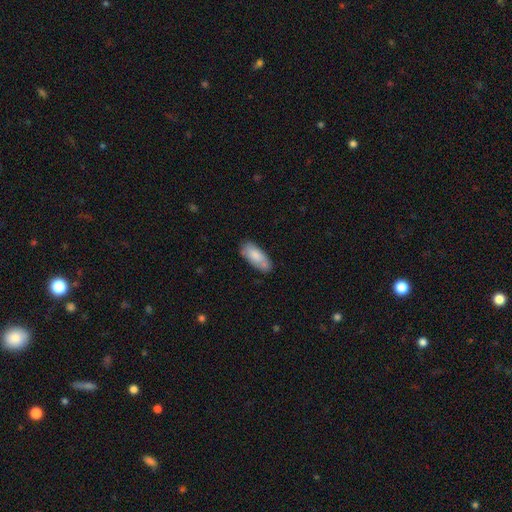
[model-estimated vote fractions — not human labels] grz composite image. It shows a smooth galaxy with no disk features (80%) that is in between round and cigar-shaped (84%). Merging: none (72%).